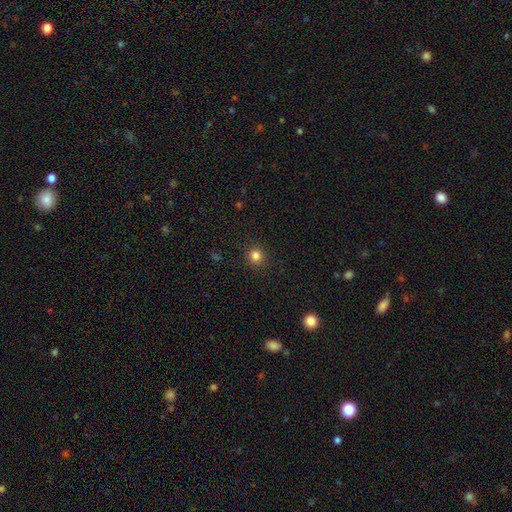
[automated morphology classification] Q: Smooth or featured?
A: smooth (83%); runner-up: star or artifact (13%)
Q: How rounded?
A: round (92%); runner-up: in between (7%)
Q: Merging?
A: none (91%); runner-up: minor disturbance (6%)